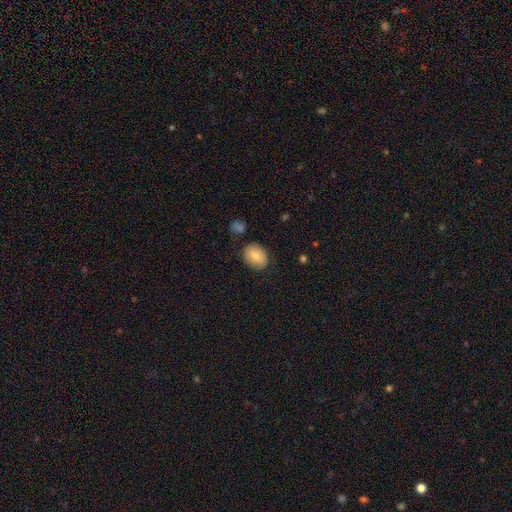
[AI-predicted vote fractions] smooth 81%, featured or disk 12%, star or artifact 7%. Down the decision tree: how rounded — in between (70%); merging — none (80%).